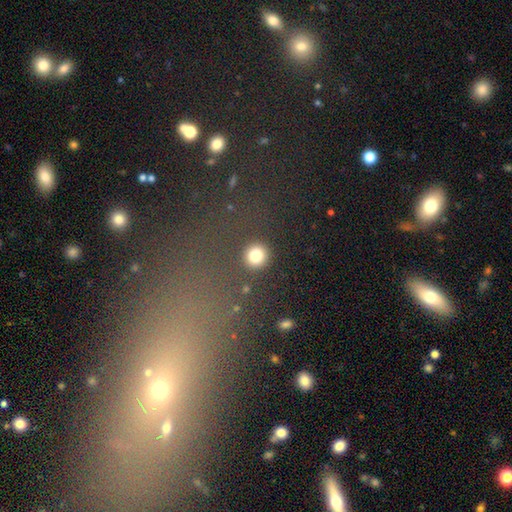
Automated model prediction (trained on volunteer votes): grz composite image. It shows a smooth galaxy with no disk features (81%) that is round (91%). Merging: none (87%).